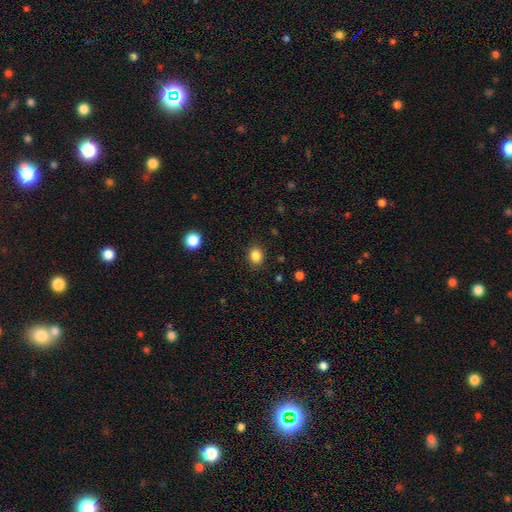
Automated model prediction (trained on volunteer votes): The model was most divided on "how rounded": round: 66%, in between: 33%, cigar-shaped: 1%. More confident: merging — none (88%); smooth or featured — smooth (85%).